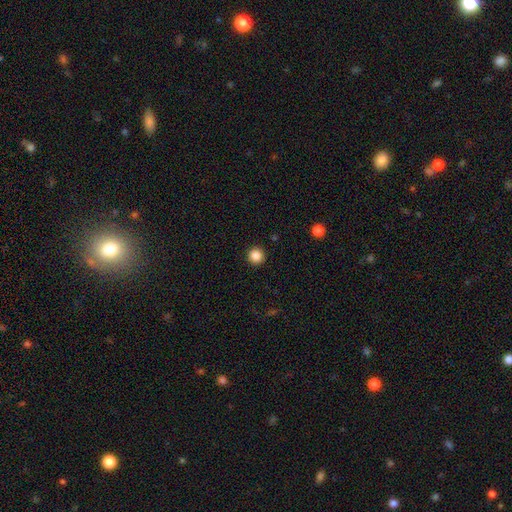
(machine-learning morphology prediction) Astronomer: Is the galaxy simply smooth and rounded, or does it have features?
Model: smooth — 86%.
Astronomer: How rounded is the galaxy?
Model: round — 96%.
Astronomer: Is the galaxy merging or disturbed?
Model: none — 93%.